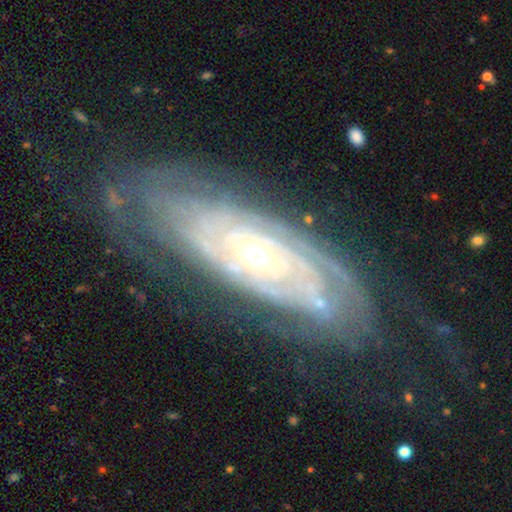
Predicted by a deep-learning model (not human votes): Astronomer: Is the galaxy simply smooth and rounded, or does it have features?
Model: featured or disk — 88%.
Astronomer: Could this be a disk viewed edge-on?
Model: no — 88%.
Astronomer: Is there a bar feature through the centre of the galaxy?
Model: no — 75%.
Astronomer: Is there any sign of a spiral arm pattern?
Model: yes — 94%.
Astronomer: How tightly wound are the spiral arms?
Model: tight — 81%.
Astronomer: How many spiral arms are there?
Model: can't tell — 45%.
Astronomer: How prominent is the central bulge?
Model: moderate — 55% (runner-up: small, 40%).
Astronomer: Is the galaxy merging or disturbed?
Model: none — 70%.